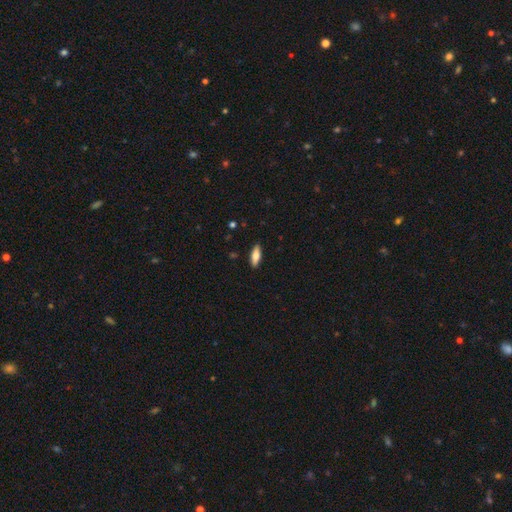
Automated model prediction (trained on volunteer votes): A smooth galaxy with no disk features (70%) that is in between round and cigar-shaped (63%). Merging: none (90%).